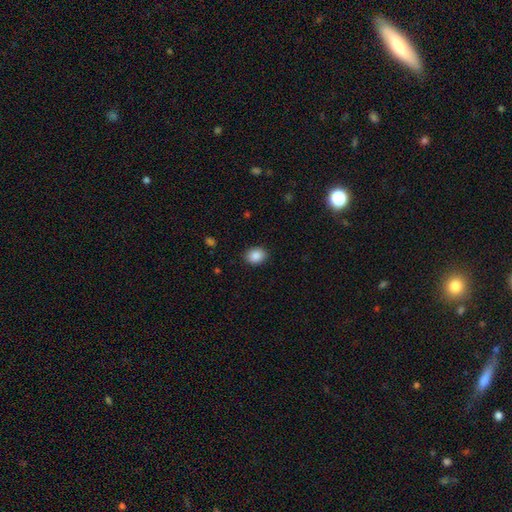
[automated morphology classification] This appears to be a smooth galaxy with no disk features (88%) that is round (51%). Merging: none (89%).